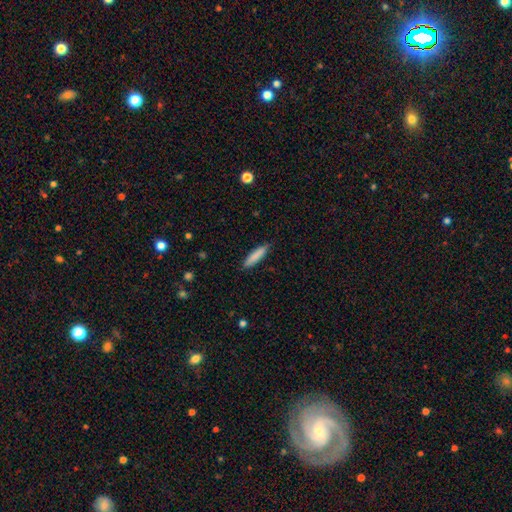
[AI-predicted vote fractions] Smooth or featured?
  - smooth: 85% *
  - featured or disk: 9%
  - star or artifact: 6%
How rounded?
  - cigar-shaped: 80% *
  - in between: 19%
  - round: 1%
Merging?
  - none: 86% *
  - minor disturbance: 11%
  - major disturbance: 2%
  - merger: 1%